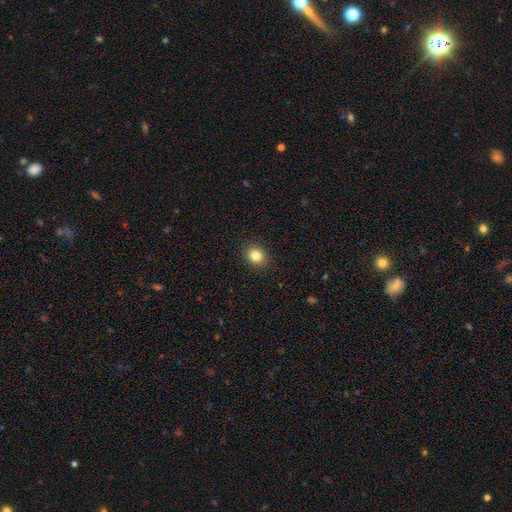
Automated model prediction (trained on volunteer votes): Smooth or featured?
  - smooth: 83% *
  - star or artifact: 11%
  - featured or disk: 6%
How rounded?
  - round: 66% *
  - in between: 33%
  - cigar-shaped: 1%
Merging?
  - none: 91% *
  - minor disturbance: 6%
  - major disturbance: 2%
  - merger: 1%